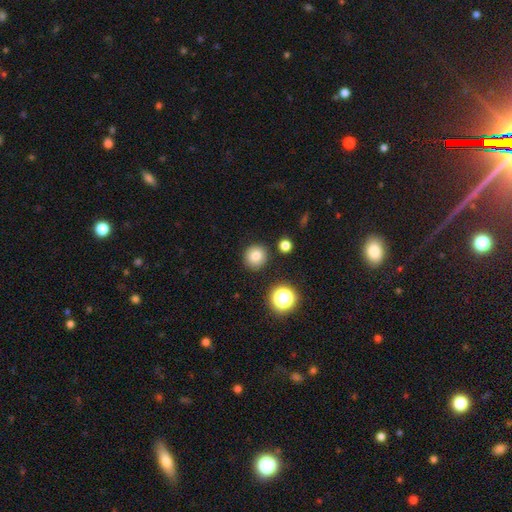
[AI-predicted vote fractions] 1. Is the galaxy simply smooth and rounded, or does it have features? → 80% smooth, 13% star or artifact, 7% featured or disk.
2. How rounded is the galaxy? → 92% round, 7% in between, 1% cigar-shaped.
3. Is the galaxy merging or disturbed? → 88% none, 7% minor disturbance, 3% merger, 2% major disturbance.